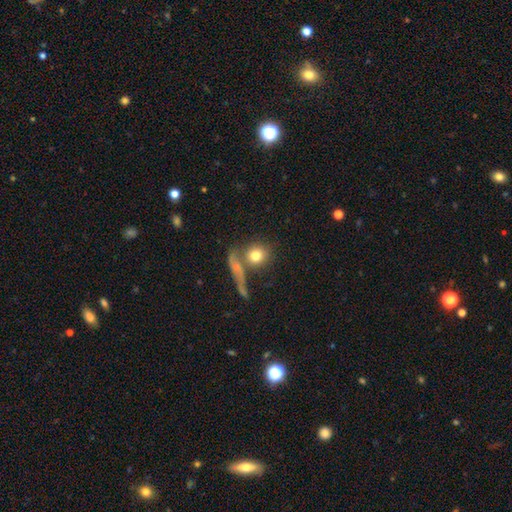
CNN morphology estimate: Smooth or featured? smooth (76%)
How rounded? round (83%)
Merging? none (58%)